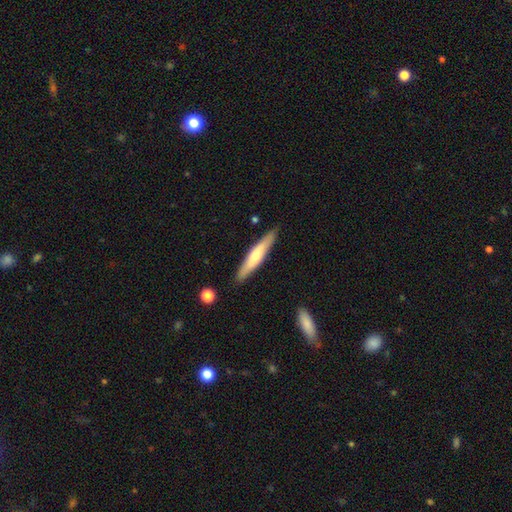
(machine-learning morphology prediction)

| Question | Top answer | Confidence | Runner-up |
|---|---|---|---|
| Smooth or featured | smooth | 55% | featured or disk (40%) |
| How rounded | cigar-shaped | 87% | in between (11%) |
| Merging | none | 87% | minor disturbance (9%) |